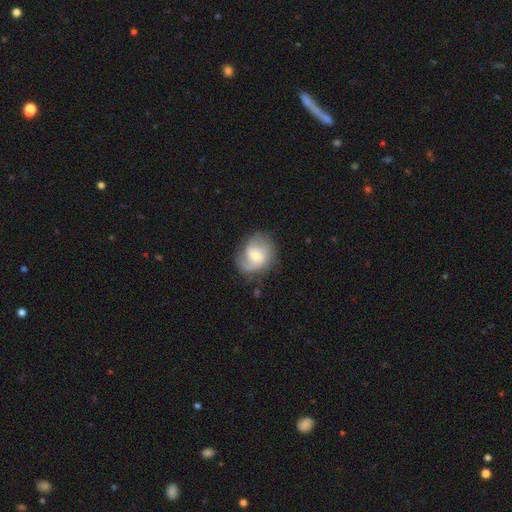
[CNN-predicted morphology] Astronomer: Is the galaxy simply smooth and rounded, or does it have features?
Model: featured or disk — 60%.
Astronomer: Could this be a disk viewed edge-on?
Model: no — 97%.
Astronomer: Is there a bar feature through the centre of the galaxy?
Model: weak — 53% (runner-up: no, 34%).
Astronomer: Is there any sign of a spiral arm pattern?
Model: yes — 85%.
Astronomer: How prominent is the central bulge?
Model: moderate — 51% (runner-up: small, 41%).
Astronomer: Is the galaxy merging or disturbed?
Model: none — 61%.